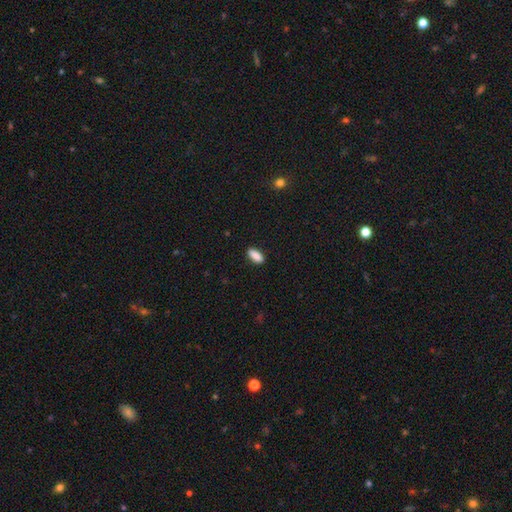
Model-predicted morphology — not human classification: Smooth or featured? Predicted: smooth (p=0.88). How rounded? Predicted: in between (p=0.82). Merging? Predicted: none (p=0.88).